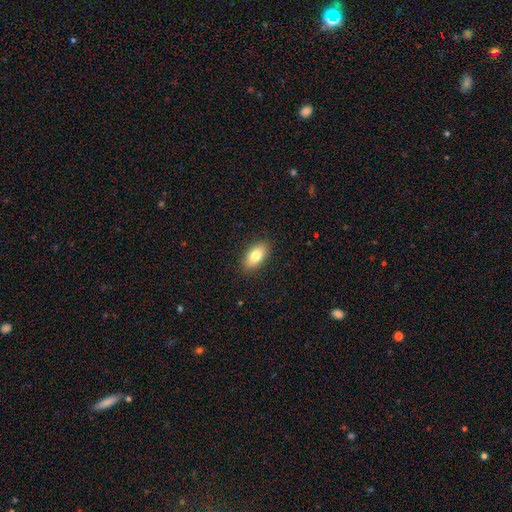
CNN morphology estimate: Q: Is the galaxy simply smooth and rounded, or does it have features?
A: smooth — 79%.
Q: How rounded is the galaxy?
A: in between — 91%.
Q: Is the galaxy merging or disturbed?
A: none — 89%.